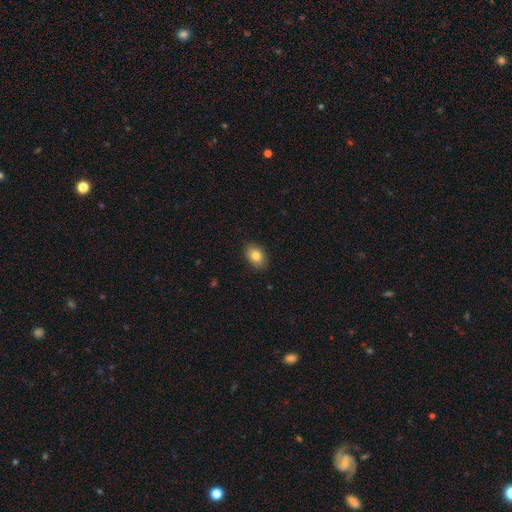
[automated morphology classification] smooth_or_featured: smooth (p=0.82) [alt: featured or disk p=0.10]
how_rounded: in between (p=0.81) [alt: round p=0.18]
merging: none (p=0.88) [alt: minor disturbance p=0.09]